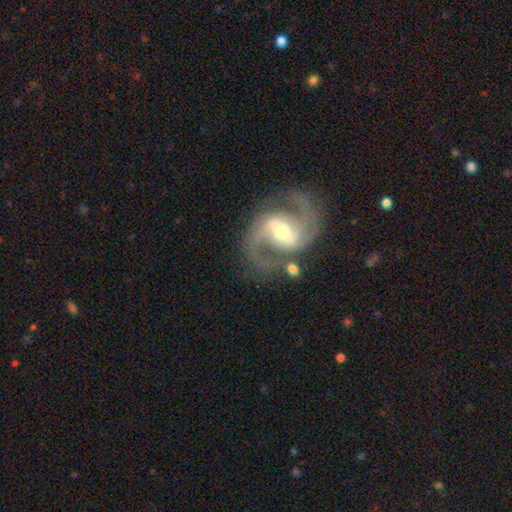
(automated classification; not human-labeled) Smooth or featured: featured or disk — 92% (star or artifact — 5%)
Edge-on disk: no — 98% (yes — 2%)
Bar: weak — 42% (tied with strong — 42%)
Spiral arms: yes — 98% (no — 2%)
Spiral winding: medium — 64% (loose — 19%)
Spiral arm count: 2 — 93% (3 — 2%)
Bulge size: moderate — 57% (small — 33%)
Merging: none — 79% (minor disturbance — 12%)